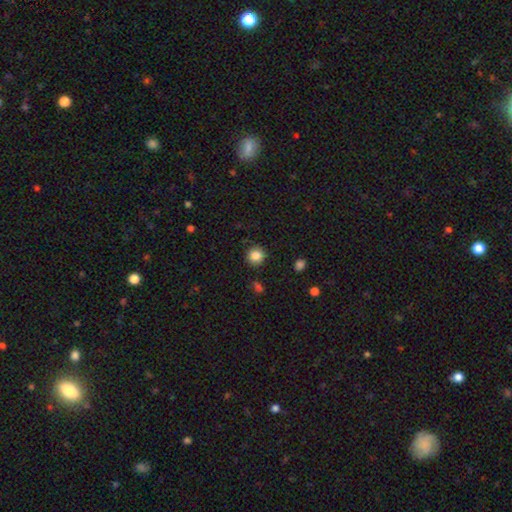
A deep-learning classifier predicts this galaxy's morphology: smooth-or-featured: smooth: 85% | star or artifact: 10% | featured or disk: 4%
  how-rounded: round: 91% | in between: 8% | cigar-shaped: 1%
  merging: none: 87% | minor disturbance: 9% | major disturbance: 3% | merger: 2%